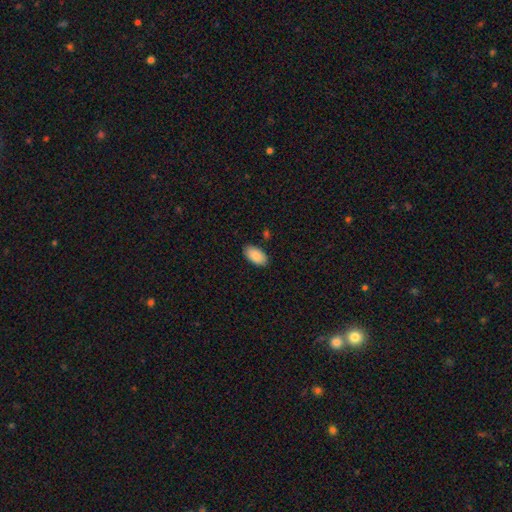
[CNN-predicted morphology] Smooth or featured? Predicted: smooth (p=0.90). How rounded? Predicted: in between (p=0.96). Merging? Predicted: none (p=0.87).